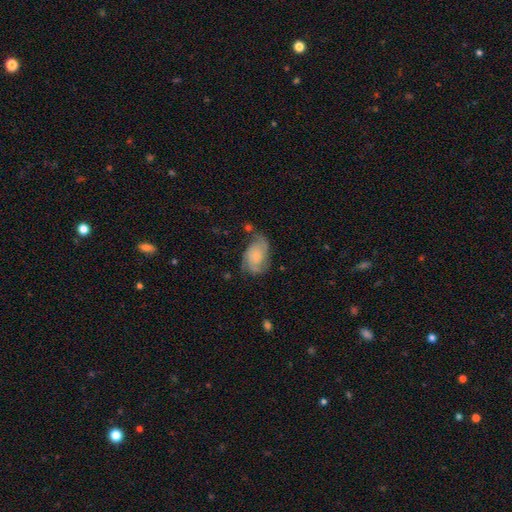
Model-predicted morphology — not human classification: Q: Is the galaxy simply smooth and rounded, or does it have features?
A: featured or disk — 59%.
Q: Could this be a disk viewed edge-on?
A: no — 97%.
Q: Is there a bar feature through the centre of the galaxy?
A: no — 77%.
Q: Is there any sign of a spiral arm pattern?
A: yes — 87%.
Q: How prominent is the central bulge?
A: small — 57%.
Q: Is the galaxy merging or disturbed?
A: none — 48%.